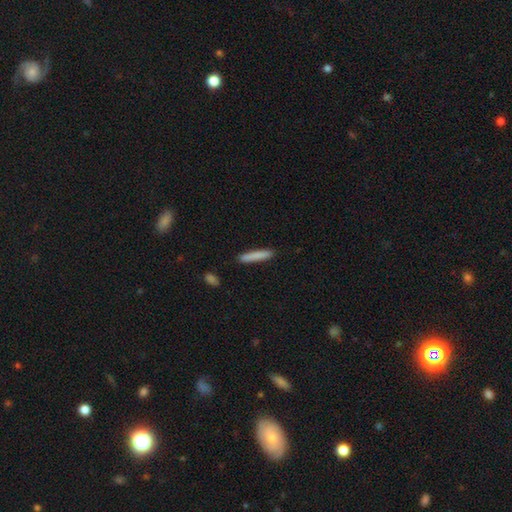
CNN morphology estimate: smooth_or_featured: smooth (p=0.83) [alt: featured or disk p=0.11]
how_rounded: cigar-shaped (p=0.93) [alt: in between p=0.05]
merging: none (p=0.90) [alt: minor disturbance p=0.07]